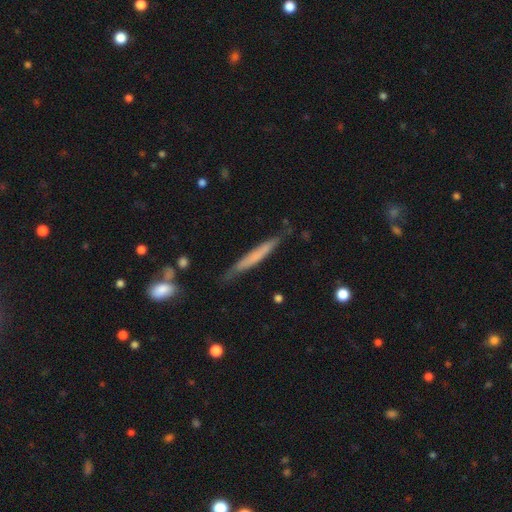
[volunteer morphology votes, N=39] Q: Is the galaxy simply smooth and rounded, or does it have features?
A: smooth — 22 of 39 (56%).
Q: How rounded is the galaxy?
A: cigar-shaped — 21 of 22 (95%).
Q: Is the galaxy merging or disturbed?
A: none — 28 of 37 (76%).